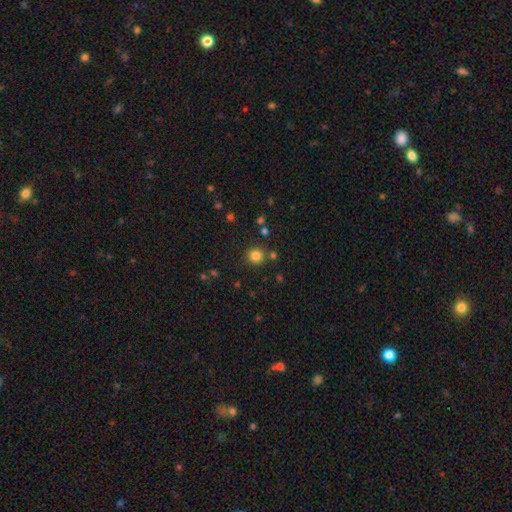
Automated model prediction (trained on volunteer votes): smooth_or_featured: smooth (p=0.81) [alt: star or artifact p=0.14]
how_rounded: round (p=0.89) [alt: in between p=0.10]
merging: none (p=0.84) [alt: minor disturbance p=0.07]